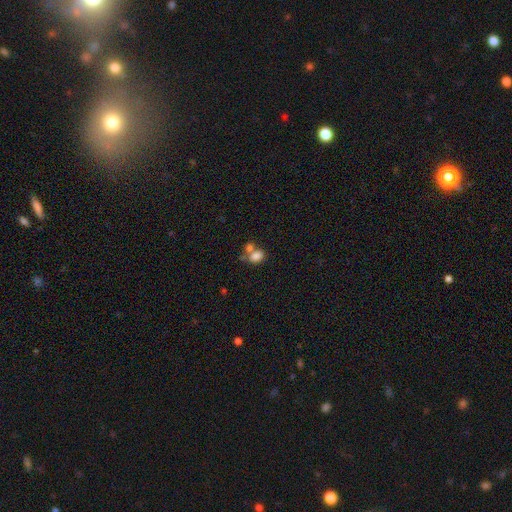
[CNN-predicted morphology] smooth_or_featured: smooth (p=0.79) [alt: star or artifact p=0.11]
how_rounded: in between (p=0.70) [alt: round p=0.29]
merging: merger (p=0.47) [alt: none p=0.38]